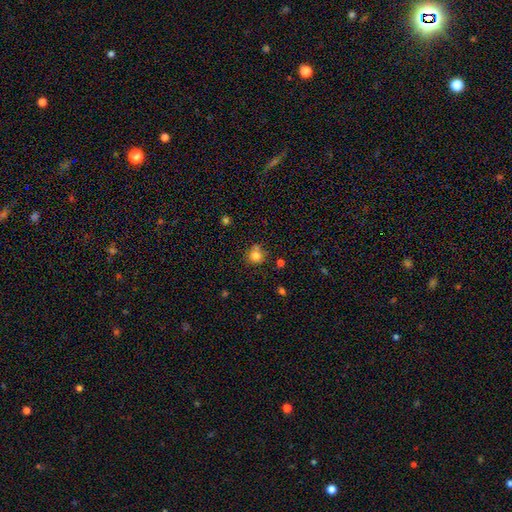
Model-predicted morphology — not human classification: smooth 79%, star or artifact 13%, featured or disk 8%. Down the decision tree: how rounded — round (89%); merging — none (65%).